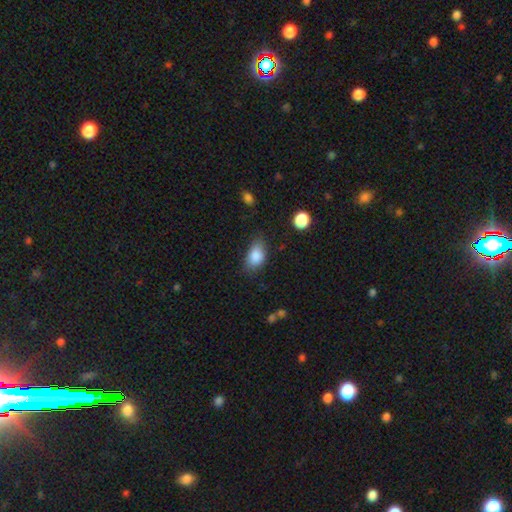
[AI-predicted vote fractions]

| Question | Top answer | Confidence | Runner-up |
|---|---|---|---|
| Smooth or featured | smooth | 86% | star or artifact (8%) |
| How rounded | in between | 88% | round (10%) |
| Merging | none | 64% | minor disturbance (28%) |